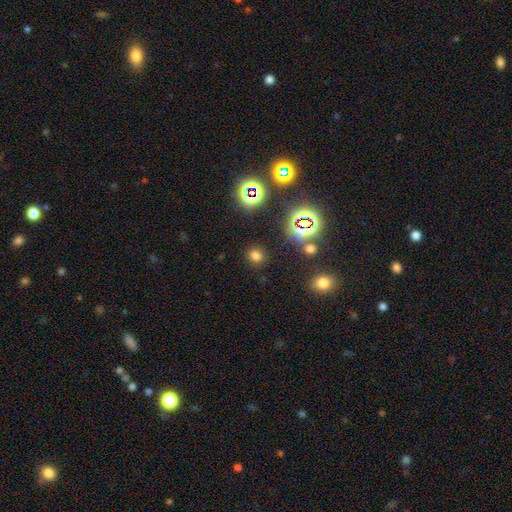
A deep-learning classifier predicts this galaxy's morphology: This appears to be a smooth galaxy with no disk features (68%) that is round (82%). Merging: none (87%).